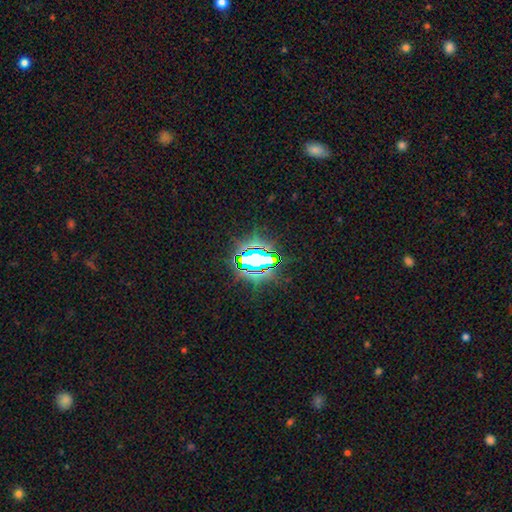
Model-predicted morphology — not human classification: A star or artifact, not a galaxy (71%).